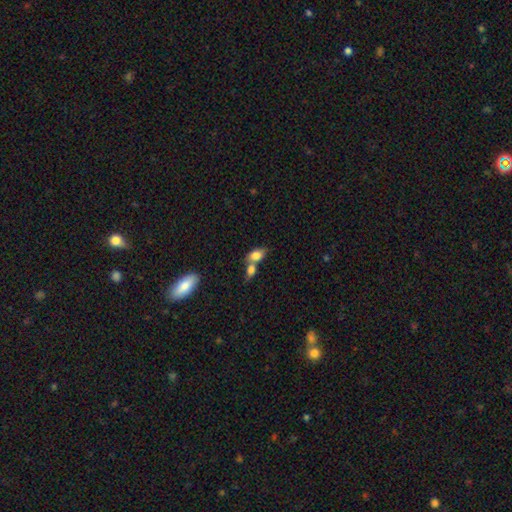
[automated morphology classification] Smooth or featured? Predicted: smooth (p=0.80). How rounded? Predicted: in between (p=0.83). Merging? Predicted: merger (p=0.61).